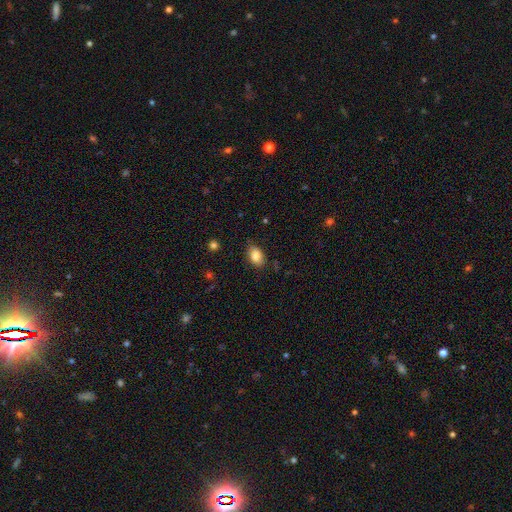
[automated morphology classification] Smooth or featured? smooth (85%)
How rounded? in between (85%)
Merging? none (79%)